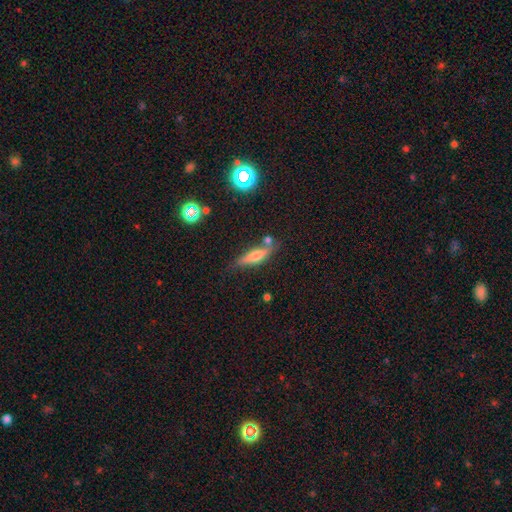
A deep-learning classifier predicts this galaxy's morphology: Smooth or featured? Predicted: smooth (p=0.46). Merging? Predicted: none (p=0.69).